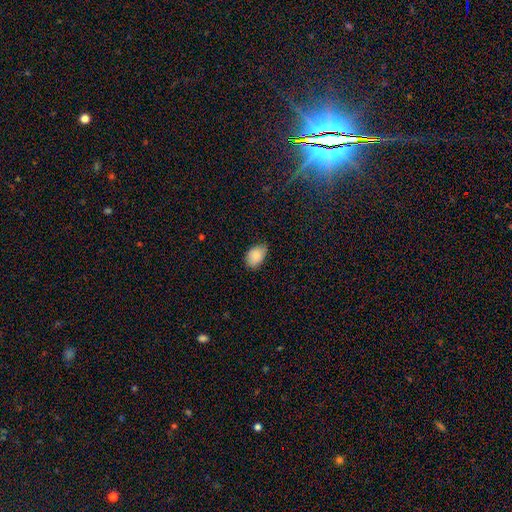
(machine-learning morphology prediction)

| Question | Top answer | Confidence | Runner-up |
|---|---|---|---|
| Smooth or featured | smooth | 86% | star or artifact (7%) |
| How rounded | in between | 84% | round (15%) |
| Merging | none | 71% | minor disturbance (25%) |